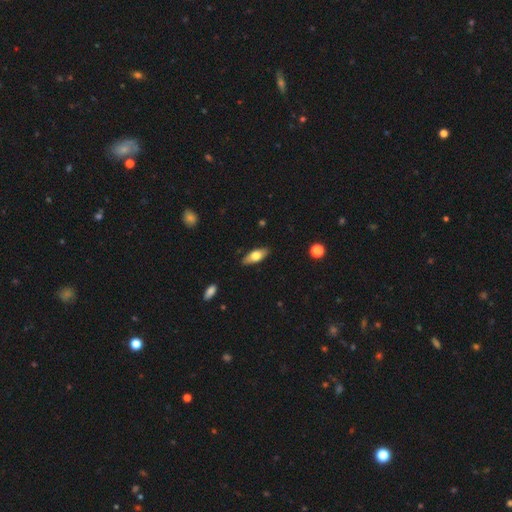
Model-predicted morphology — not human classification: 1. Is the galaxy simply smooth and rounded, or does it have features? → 67% smooth, 27% featured or disk, 6% star or artifact.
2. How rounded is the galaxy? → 77% in between, 21% cigar-shaped, 3% round.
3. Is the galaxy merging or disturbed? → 86% none, 11% minor disturbance, 2% major disturbance, 1% merger.